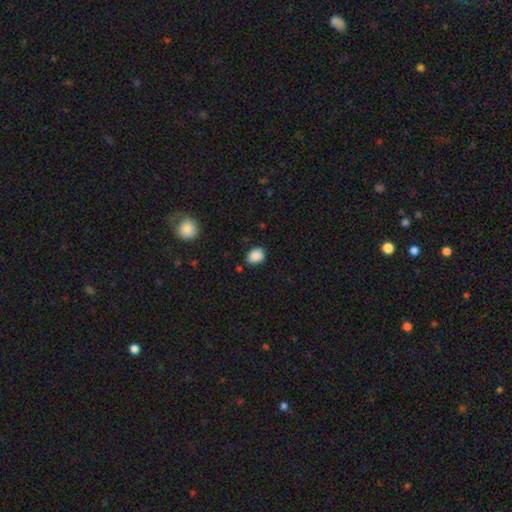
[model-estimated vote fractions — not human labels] Smooth or featured? Predicted: smooth (p=0.88). How rounded? Predicted: in between (p=0.66). Merging? Predicted: none (p=0.79).